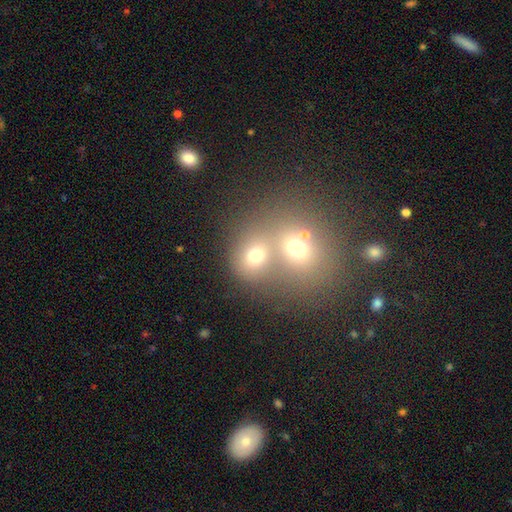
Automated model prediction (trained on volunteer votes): smooth-or-featured: smooth: 70% | star or artifact: 16% | featured or disk: 14%
  how-rounded: round: 73% | in between: 26% | cigar-shaped: 1%
  merging: merger: 58% | none: 32% | minor disturbance: 6% | major disturbance: 4%